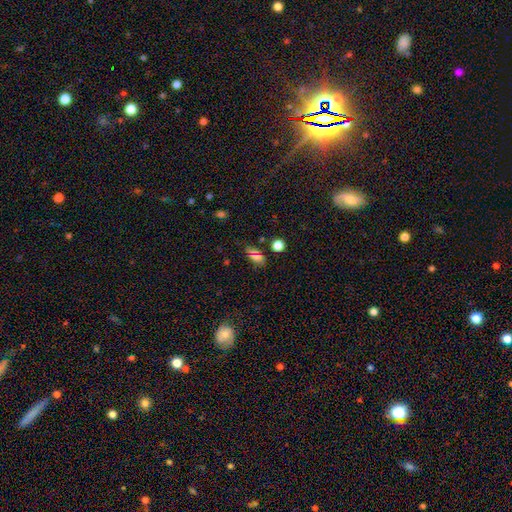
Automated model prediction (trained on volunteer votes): Smooth or featured? smooth (66%)
How rounded? in between (75%)
Merging? none (77%)